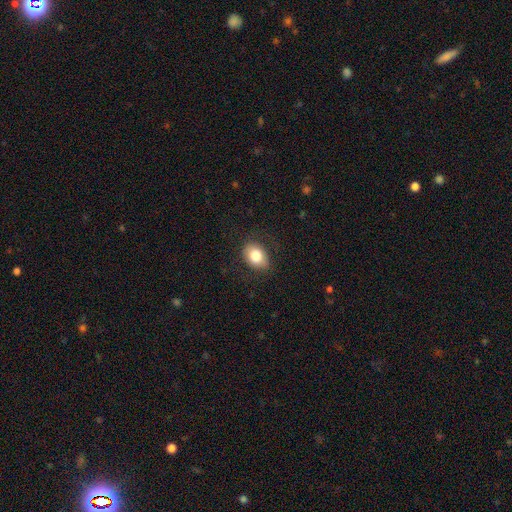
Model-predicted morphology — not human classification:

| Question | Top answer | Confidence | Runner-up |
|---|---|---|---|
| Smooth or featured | smooth | 81% | featured or disk (11%) |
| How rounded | in between | 71% | round (28%) |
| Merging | none | 75% | minor disturbance (17%) |